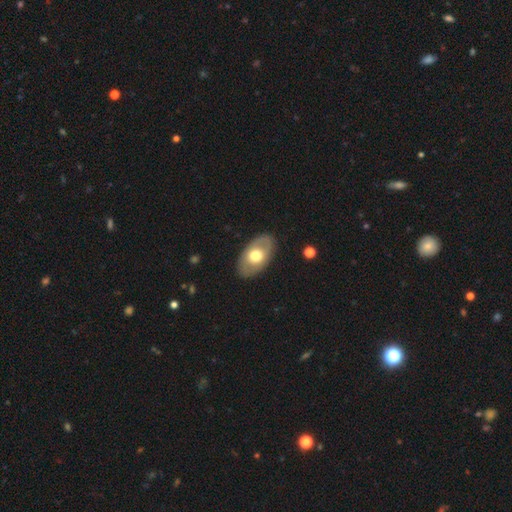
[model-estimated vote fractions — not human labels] A smooth galaxy with no disk features (54%) that is in between round and cigar-shaped (90%). Merging: none (85%).